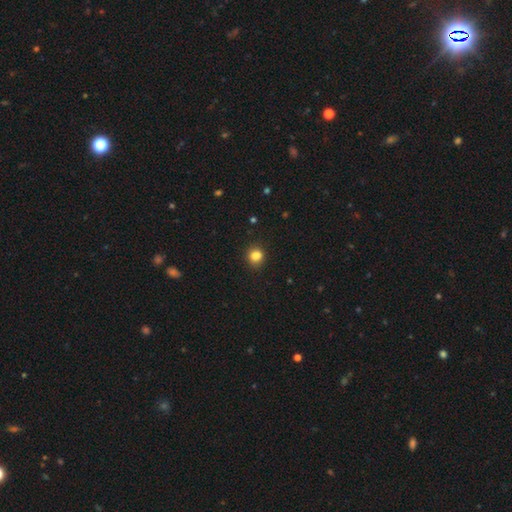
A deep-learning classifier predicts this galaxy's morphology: A smooth galaxy with no disk features (84%) that is round (73%).

Vote fractions:
- Smooth or featured? smooth: 84% / star or artifact: 11% / featured or disk: 5%
- How rounded? round: 73% / in between: 26% / cigar-shaped: 1%
- Merging? none: 81% / minor disturbance: 12% / merger: 4% / major disturbance: 3%